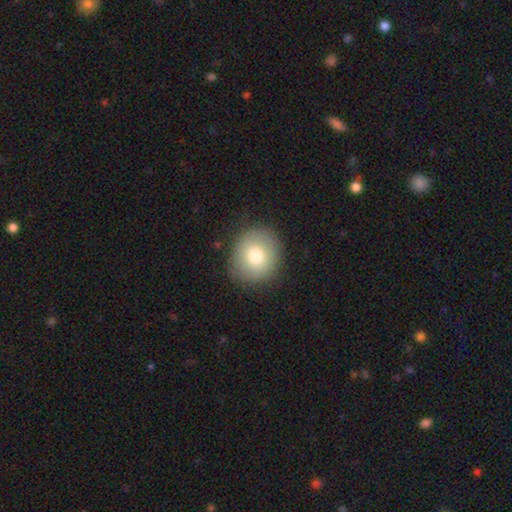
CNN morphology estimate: smooth_or_featured: smooth (p=0.77) [alt: featured or disk p=0.14]
how_rounded: round (p=0.83) [alt: in between p=0.16]
merging: none (p=0.86) [alt: minor disturbance p=0.10]